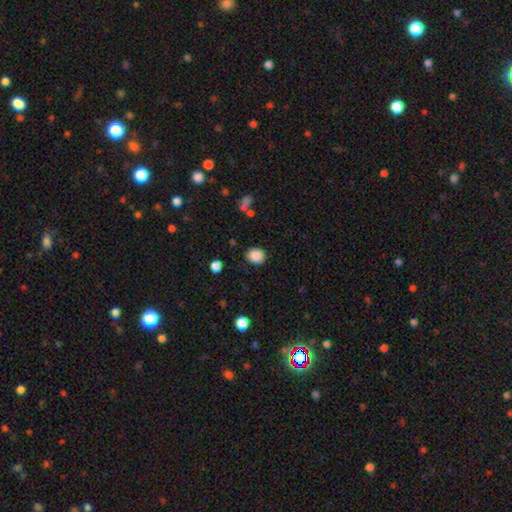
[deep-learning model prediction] Q: Smooth or featured?
A: smooth (87%); runner-up: star or artifact (9%)
Q: How rounded?
A: round (71%); runner-up: in between (28%)
Q: Merging?
A: none (84%); runner-up: minor disturbance (11%)